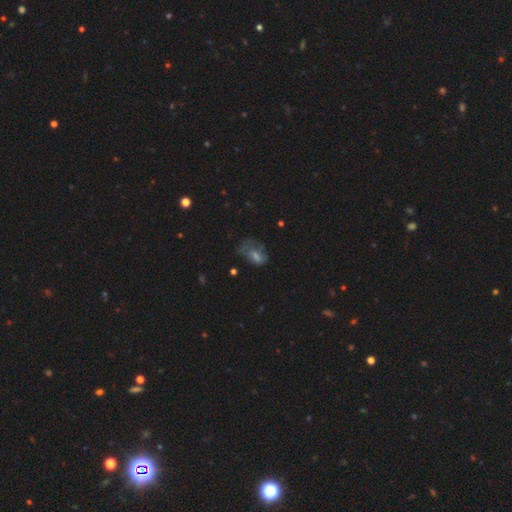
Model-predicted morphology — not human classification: Q: Smooth or featured?
A: smooth (48%); runner-up: featured or disk (30%)
Q: Merging?
A: none (39%); runner-up: major disturbance (32%)